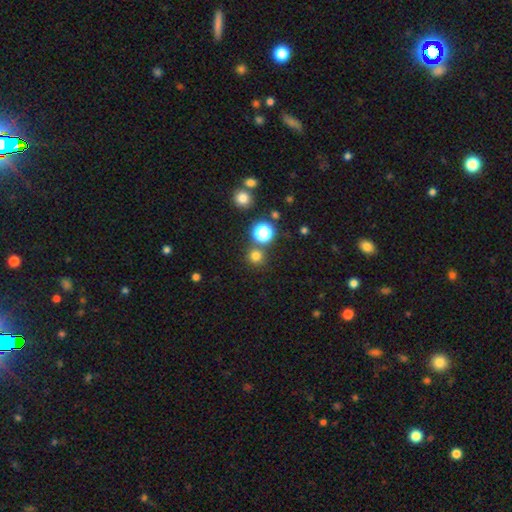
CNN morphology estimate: Smooth or featured? smooth (72%)
How rounded? round (93%)
Merging? none (81%)